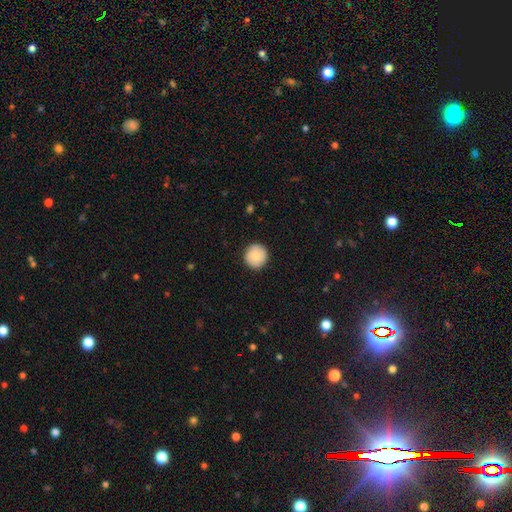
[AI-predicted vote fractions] Smooth or featured? smooth (83%)
How rounded? round (95%)
Merging? none (91%)